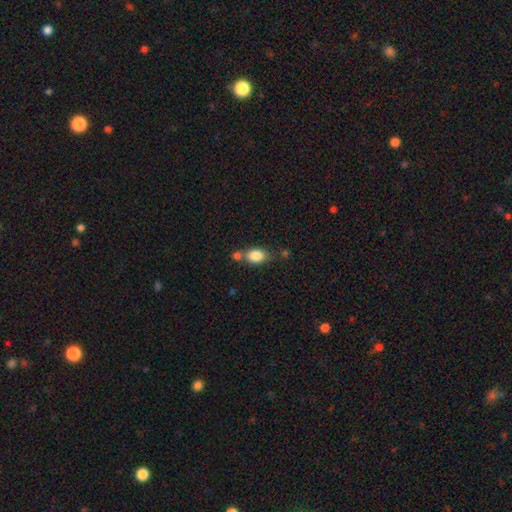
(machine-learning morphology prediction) A smooth galaxy with no disk features (84%) that is in between round and cigar-shaped (81%). Merging: none (52%).